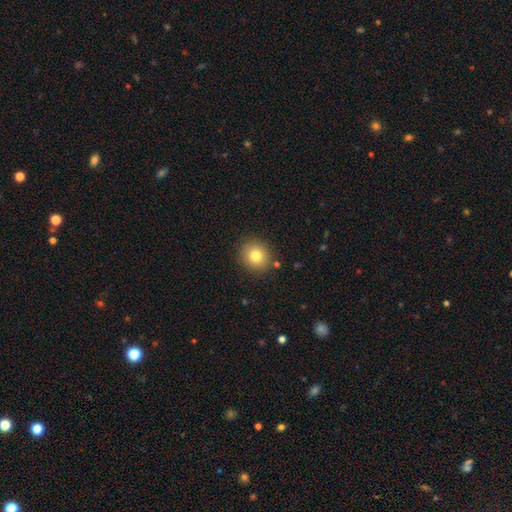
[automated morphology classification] smooth_or_featured: smooth (p=0.80) [alt: star or artifact p=0.11]
how_rounded: round (p=0.84) [alt: in between p=0.15]
merging: none (p=0.87) [alt: minor disturbance p=0.08]